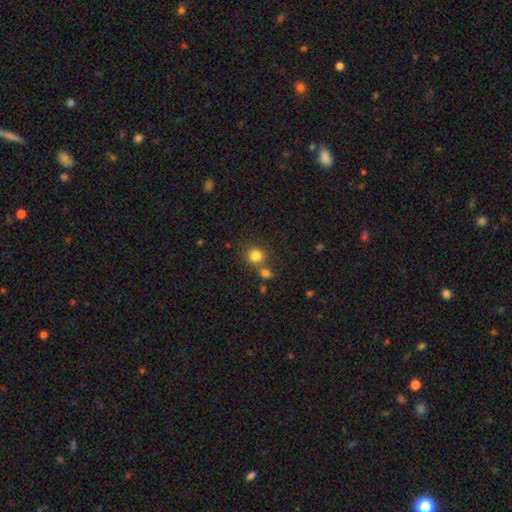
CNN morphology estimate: type=smooth (82%); roundness=round (85%); merging=none (64%).